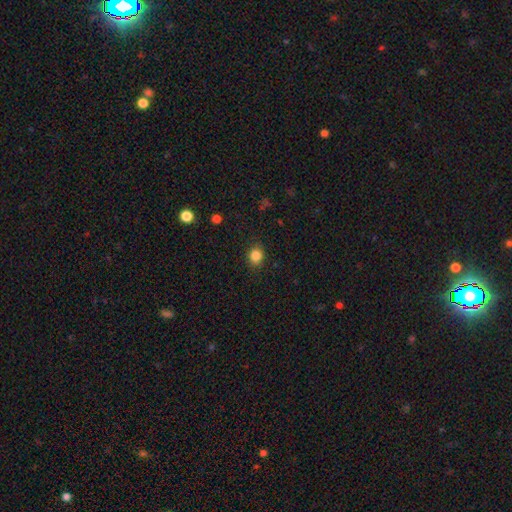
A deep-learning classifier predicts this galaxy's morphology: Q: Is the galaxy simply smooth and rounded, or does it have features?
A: smooth — 84%.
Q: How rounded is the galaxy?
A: round — 73%.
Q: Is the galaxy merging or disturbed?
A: none — 88%.